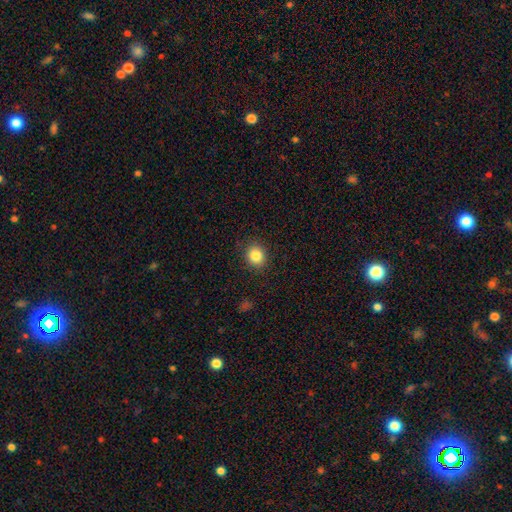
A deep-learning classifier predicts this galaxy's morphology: type=smooth (85%); roundness=round (75%); merging=none (89%).